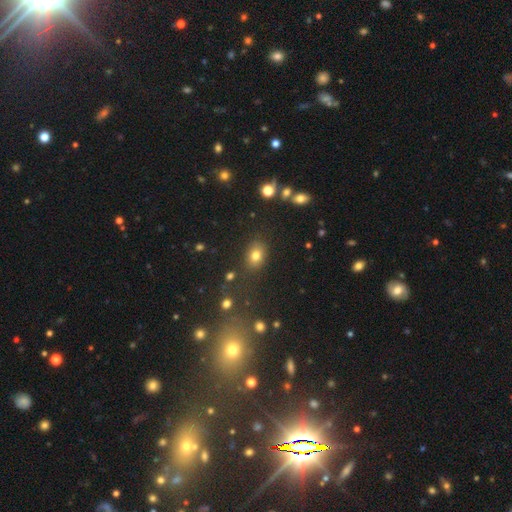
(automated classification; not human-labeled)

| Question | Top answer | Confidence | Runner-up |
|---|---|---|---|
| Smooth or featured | smooth | 78% | star or artifact (14%) |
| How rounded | in between | 67% | round (32%) |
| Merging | none | 80% | minor disturbance (12%) |